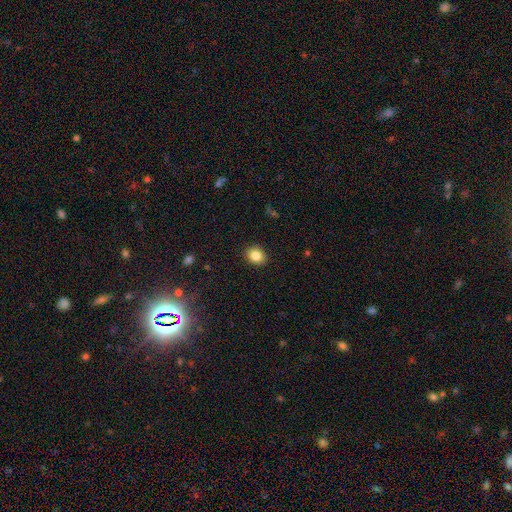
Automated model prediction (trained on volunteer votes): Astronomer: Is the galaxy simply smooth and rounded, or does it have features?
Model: smooth — 85%.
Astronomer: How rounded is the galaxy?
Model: in between — 50% (runner-up: round, 49%).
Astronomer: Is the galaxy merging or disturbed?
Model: none — 90%.